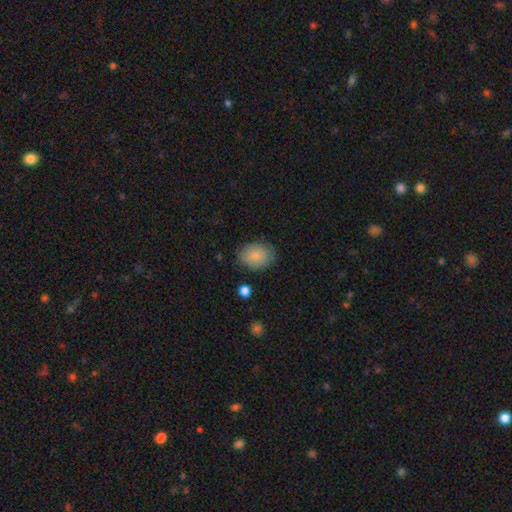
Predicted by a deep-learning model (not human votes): smooth-or-featured: smooth: 84% | featured or disk: 9% | star or artifact: 8%
  how-rounded: in between: 63% | round: 36% | cigar-shaped: 1%
  merging: none: 80% | minor disturbance: 14% | major disturbance: 4% | merger: 2%